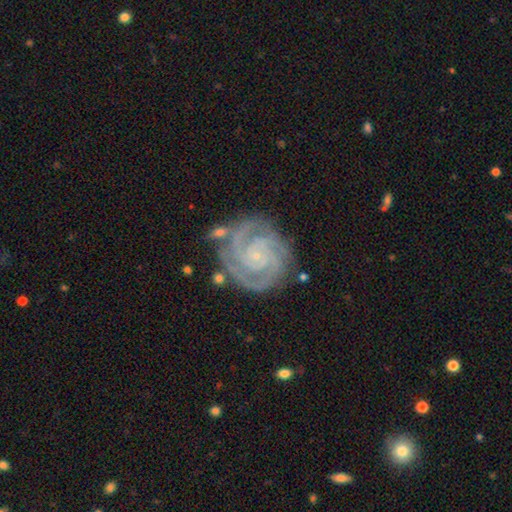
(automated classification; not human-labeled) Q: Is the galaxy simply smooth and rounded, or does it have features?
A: featured or disk — 91%.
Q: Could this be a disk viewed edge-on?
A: no — 98%.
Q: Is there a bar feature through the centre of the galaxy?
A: no — 69%.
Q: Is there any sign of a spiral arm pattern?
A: yes — 99%.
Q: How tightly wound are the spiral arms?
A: tight — 80%.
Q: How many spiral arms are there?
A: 2 — 43%.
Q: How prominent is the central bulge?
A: small — 83%.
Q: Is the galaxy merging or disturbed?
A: none — 73%.